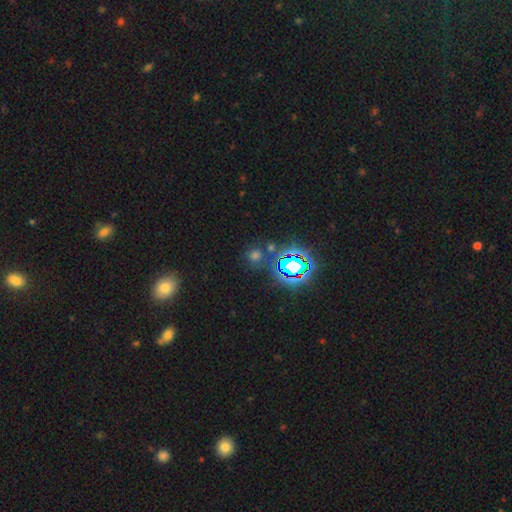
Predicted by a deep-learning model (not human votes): smooth_or_featured: smooth (p=0.48) [alt: star or artifact p=0.44]
merging: none (p=0.77) [alt: minor disturbance p=0.09]